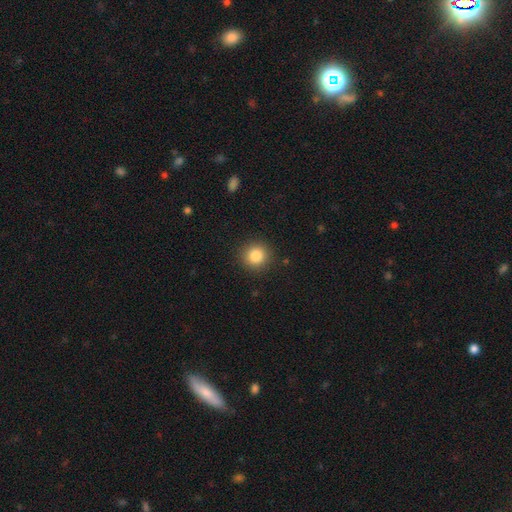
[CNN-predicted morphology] smooth_or_featured: smooth (p=0.84) [alt: star or artifact p=0.10]
how_rounded: round (p=0.93) [alt: in between p=0.06]
merging: none (p=0.90) [alt: minor disturbance p=0.06]